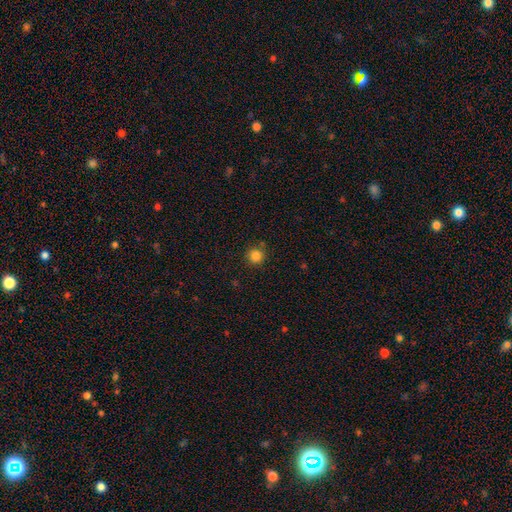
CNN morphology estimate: smooth_or_featured: smooth (p=0.84) [alt: star or artifact p=0.12]
how_rounded: round (p=0.94) [alt: in between p=0.05]
merging: none (p=0.86) [alt: minor disturbance p=0.09]